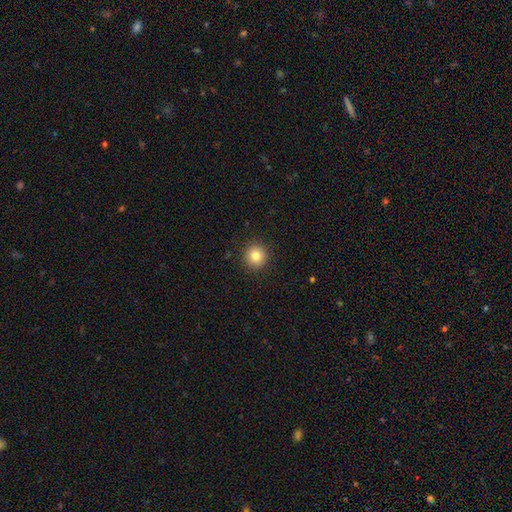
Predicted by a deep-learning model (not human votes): Smooth or featured? smooth (84%)
How rounded? round (93%)
Merging? none (92%)